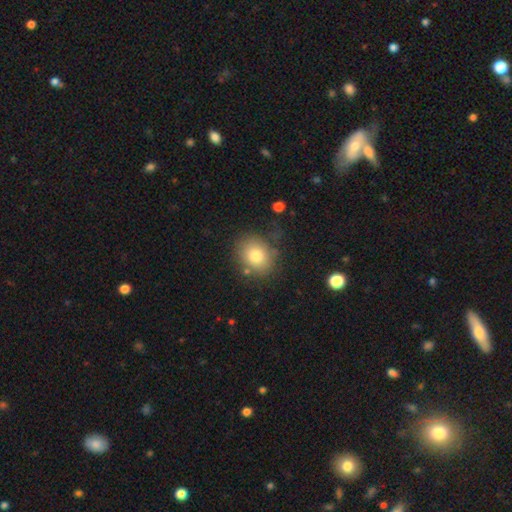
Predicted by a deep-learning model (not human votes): A smooth galaxy with no disk features (80%) that is round (59%).

Vote fractions:
- Smooth or featured? smooth: 80% / featured or disk: 10% / star or artifact: 10%
- How rounded? round: 59% / in between: 40% / cigar-shaped: 1%
- Merging? none: 75% / minor disturbance: 15% / major disturbance: 5% / merger: 4%